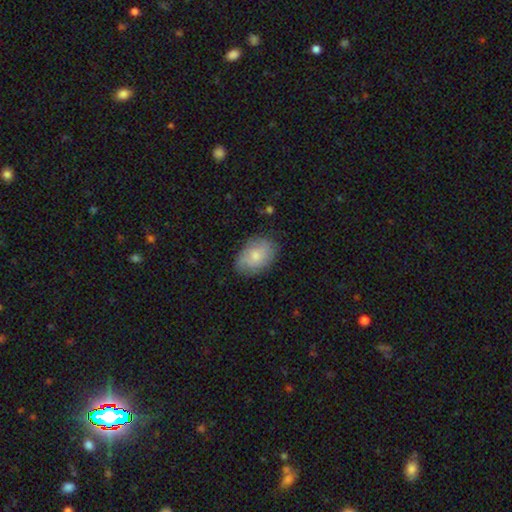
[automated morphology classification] Smooth or featured: smooth — 68% (featured or disk — 26%)
How rounded: in between — 85% (round — 14%)
Merging: none — 76% (minor disturbance — 19%)